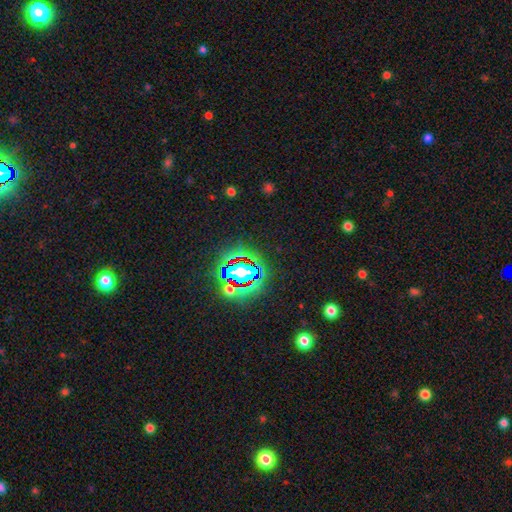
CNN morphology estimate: Overall: star or artifact (83%).